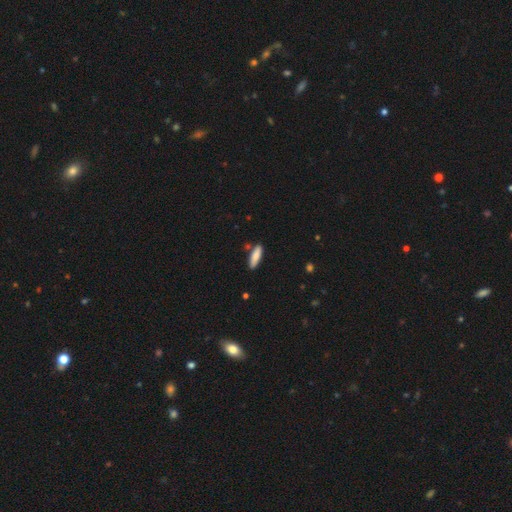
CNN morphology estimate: Smooth or featured? smooth (81%)
How rounded? cigar-shaped (56%)
Merging? none (82%)